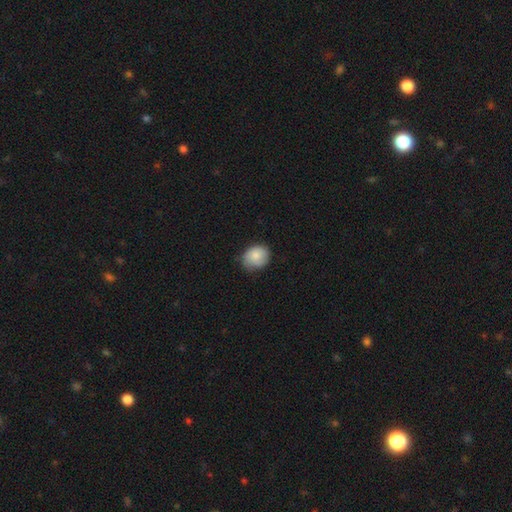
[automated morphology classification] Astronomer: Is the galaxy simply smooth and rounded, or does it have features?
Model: smooth — 80%.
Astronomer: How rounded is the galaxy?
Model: round — 61% (runner-up: in between, 38%).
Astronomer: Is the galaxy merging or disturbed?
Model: none — 62%.